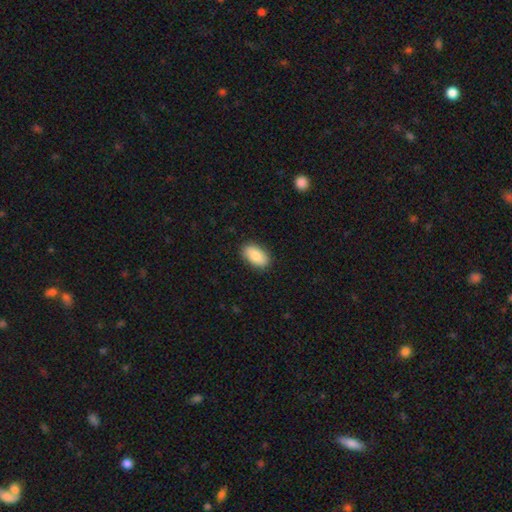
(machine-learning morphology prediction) A smooth galaxy with no disk features (86%) that is in between round and cigar-shaped (94%).

Vote fractions:
- Smooth or featured? smooth: 86% / featured or disk: 8% / star or artifact: 6%
- How rounded? in between: 94% / round: 4% / cigar-shaped: 2%
- Merging? none: 88% / minor disturbance: 9% / major disturbance: 2% / merger: 1%